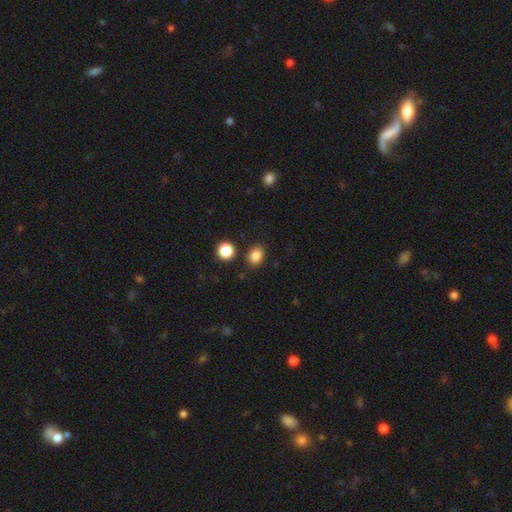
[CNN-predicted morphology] smooth-or-featured: smooth: 85% | star or artifact: 11% | featured or disk: 4%
  how-rounded: in between: 50% | round: 49% | cigar-shaped: 1%
  merging: none: 82% | minor disturbance: 10% | merger: 5% | major disturbance: 3%